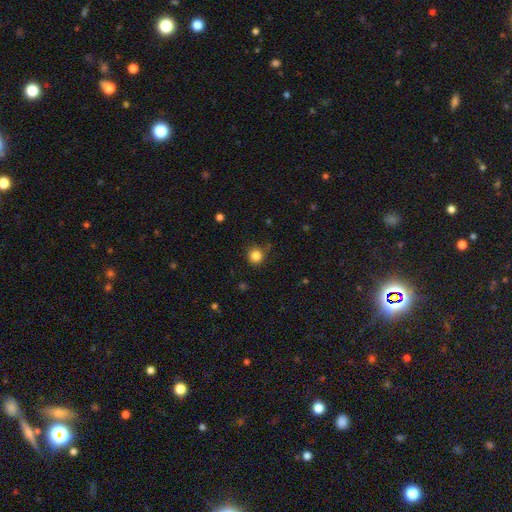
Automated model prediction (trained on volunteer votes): smooth 84%, star or artifact 12%, featured or disk 4%. Down the decision tree: how rounded — round (94%); merging — none (84%).